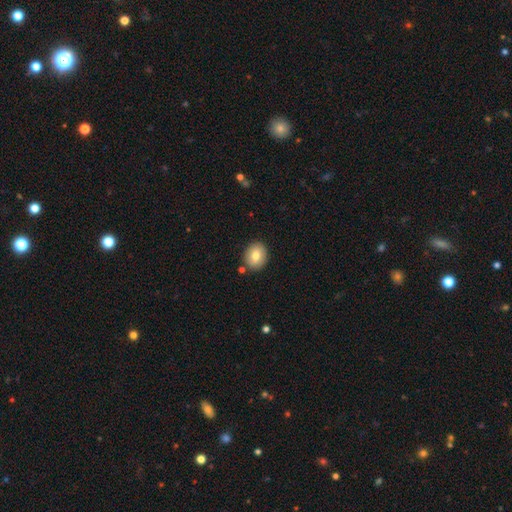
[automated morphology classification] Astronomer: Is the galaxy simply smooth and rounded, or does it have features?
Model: smooth — 78%.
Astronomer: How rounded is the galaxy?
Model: round — 59% (runner-up: in between, 40%).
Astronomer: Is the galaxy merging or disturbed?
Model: none — 85%.